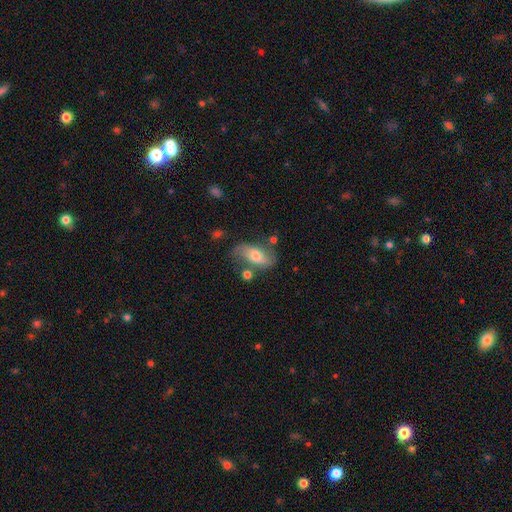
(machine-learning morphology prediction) Smooth or featured? Predicted: featured or disk (p=0.47). Merging? Predicted: none (p=0.59).